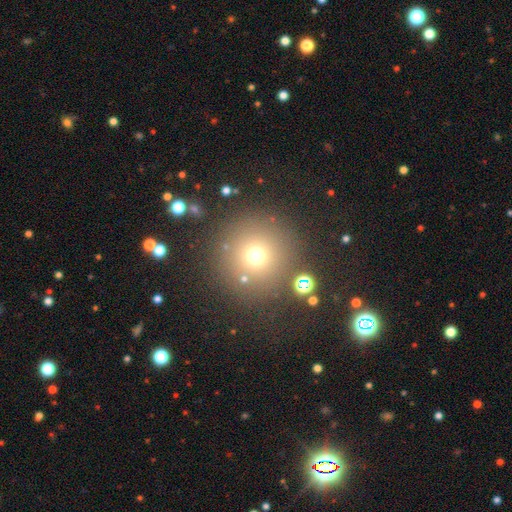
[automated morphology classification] Overall: smooth (68%). How rounded: round (96%). Merging: none (84%).